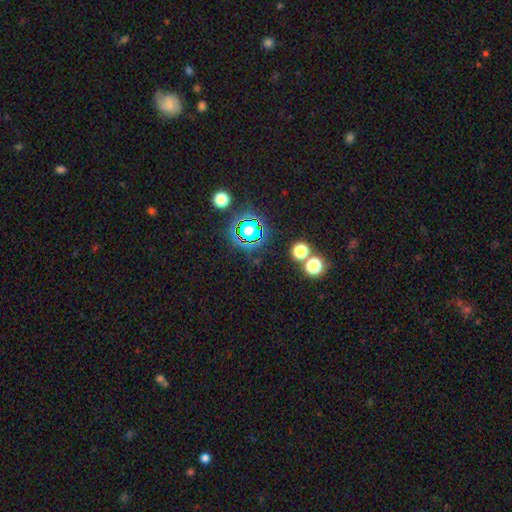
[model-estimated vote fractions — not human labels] Q: Smooth or featured?
A: star or artifact (76%); runner-up: smooth (16%)